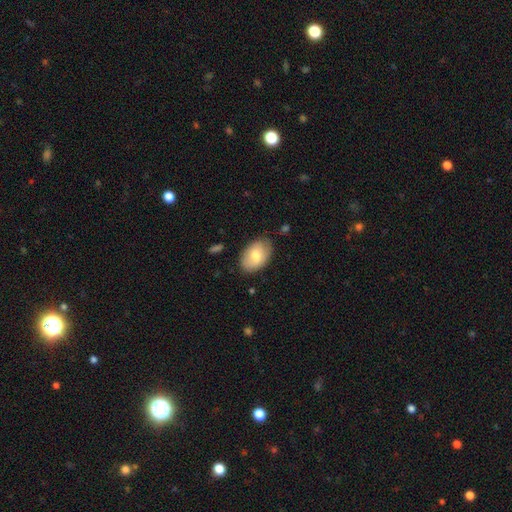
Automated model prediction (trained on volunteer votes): Overall: smooth (75%). How rounded: in between (90%). Merging: none (79%).